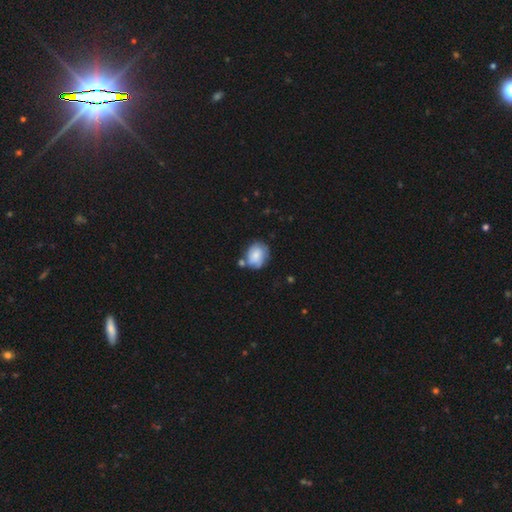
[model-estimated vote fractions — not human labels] Q: Smooth or featured?
A: smooth (77%); runner-up: featured or disk (15%)
Q: How rounded?
A: round (52%); runner-up: in between (47%)
Q: Merging?
A: none (57%); runner-up: minor disturbance (21%)